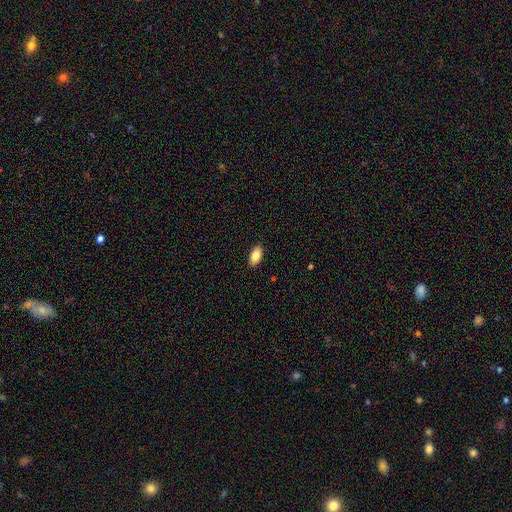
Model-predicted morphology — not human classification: This is clearly a smooth galaxy (85%). How rounded: clearly in between (92%). Merging: clearly none (89%).